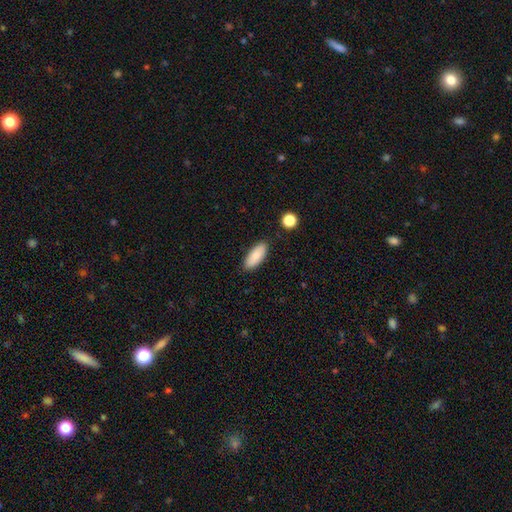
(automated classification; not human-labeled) This is clearly a smooth galaxy (86%). How rounded: clearly in between (83%). Merging: clearly none (87%).